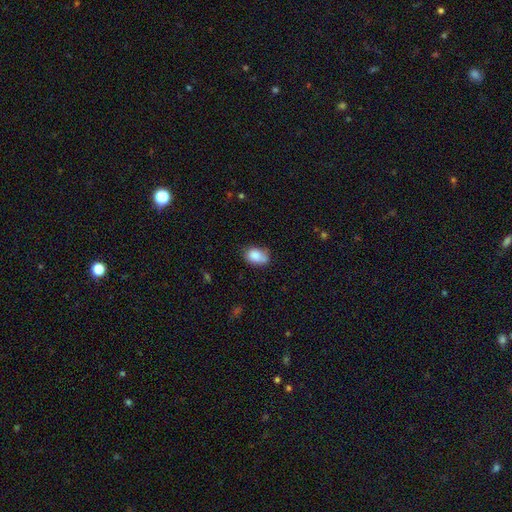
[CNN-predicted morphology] This is clearly a smooth galaxy (83%). How rounded: likely in between (79%). Merging: possibly none (54%).